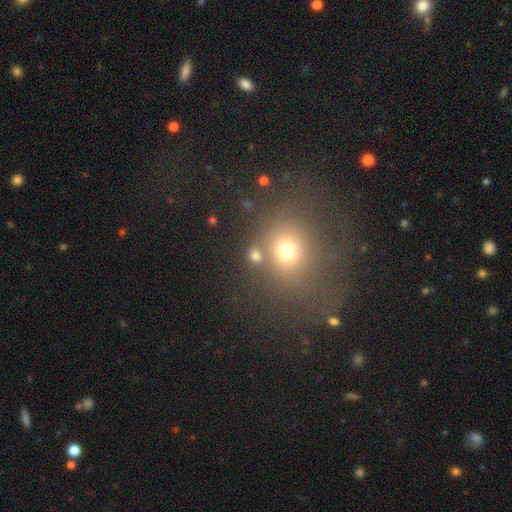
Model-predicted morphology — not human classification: Smooth or featured? Predicted: smooth (p=0.72). How rounded? Predicted: round (p=0.77). Merging? Predicted: none (p=0.71).